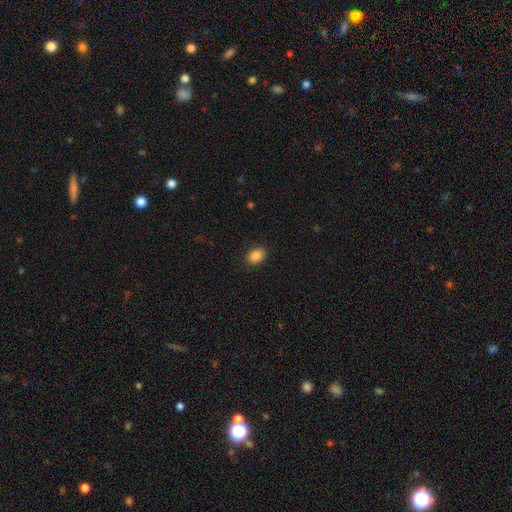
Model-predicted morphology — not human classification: smooth-or-featured: smooth: 87% | star or artifact: 9% | featured or disk: 4%
  how-rounded: in between: 75% | round: 24% | cigar-shaped: 1%
  merging: none: 86% | minor disturbance: 11% | major disturbance: 3% | merger: 1%